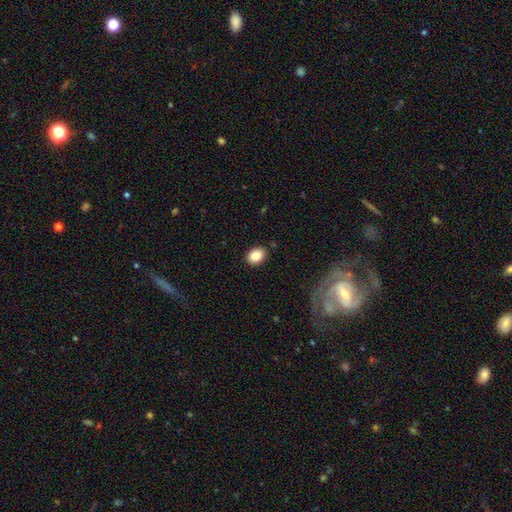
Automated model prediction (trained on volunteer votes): smooth_or_featured: smooth (p=0.85) [alt: star or artifact p=0.08]
how_rounded: in between (p=0.72) [alt: round p=0.27]
merging: none (p=0.87) [alt: minor disturbance p=0.10]